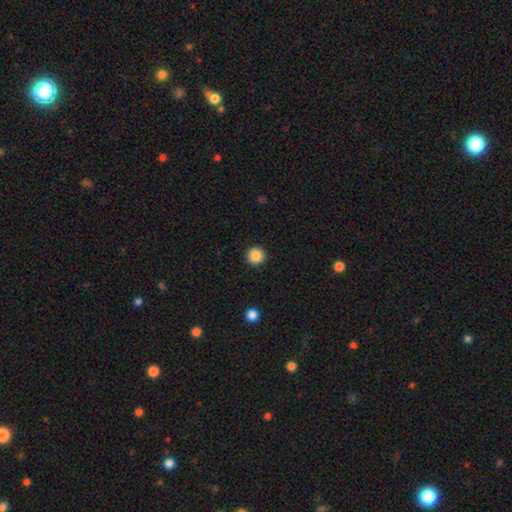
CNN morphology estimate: A smooth galaxy with no disk features (87%) that is round (95%). Merging: none (93%).